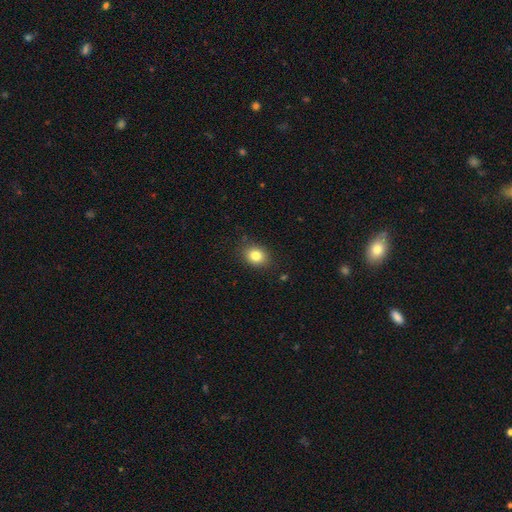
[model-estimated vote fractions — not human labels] Smooth or featured? Predicted: smooth (p=0.82). How rounded? Predicted: round (p=0.53). Merging? Predicted: none (p=0.84).